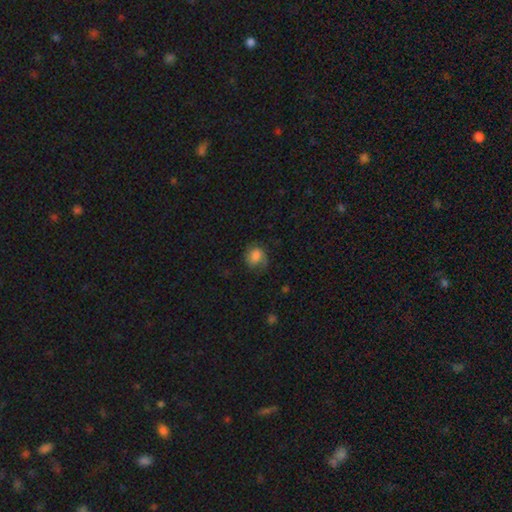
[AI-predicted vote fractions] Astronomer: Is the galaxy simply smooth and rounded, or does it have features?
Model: smooth — 64%.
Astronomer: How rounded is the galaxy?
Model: round — 61% (runner-up: in between, 38%).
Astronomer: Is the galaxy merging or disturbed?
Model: none — 57%.